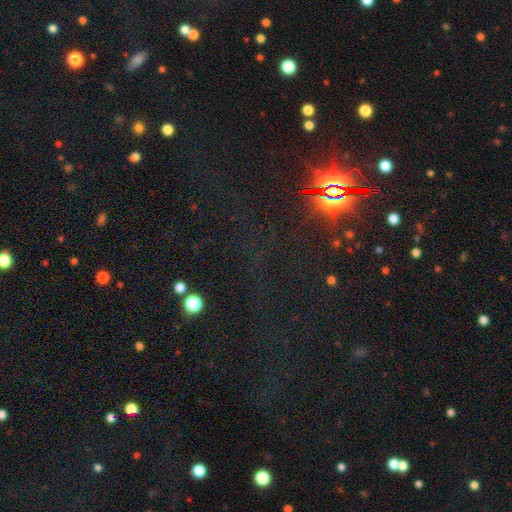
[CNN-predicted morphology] type=star or artifact (78%).